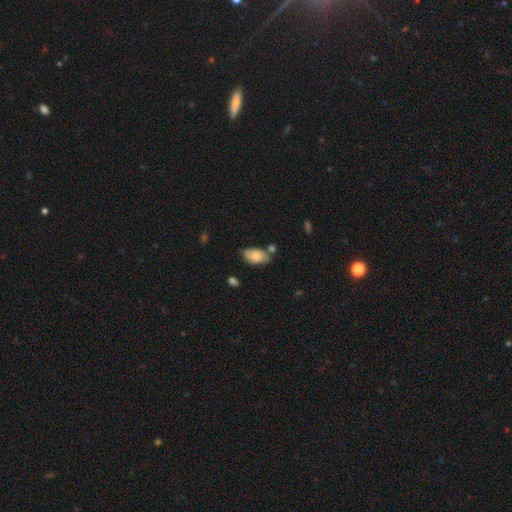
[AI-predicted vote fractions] This is likely a smooth galaxy (75%). How rounded: clearly in between (93%). Merging: possibly none (59%).